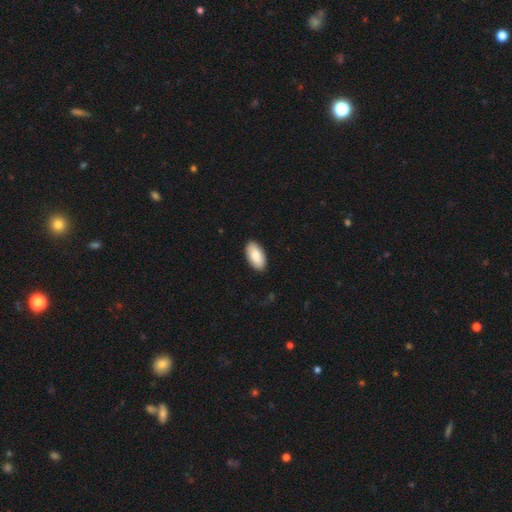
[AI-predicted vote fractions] Overall: smooth (88%). How rounded: in between (96%). Merging: none (89%).